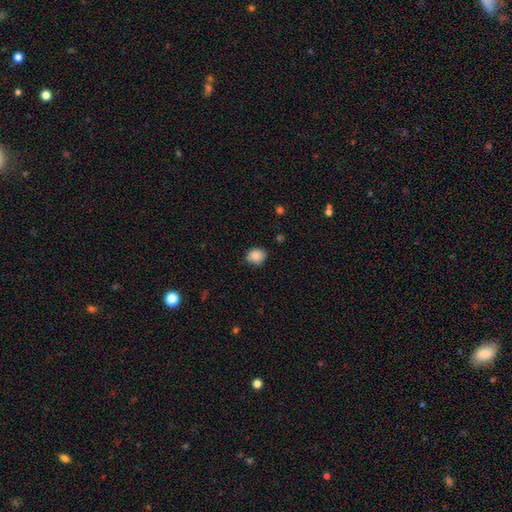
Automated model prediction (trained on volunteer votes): smooth_or_featured: smooth (p=0.86) [alt: star or artifact p=0.09]
how_rounded: round (p=0.64) [alt: in between p=0.35]
merging: none (p=0.79) [alt: minor disturbance p=0.17]